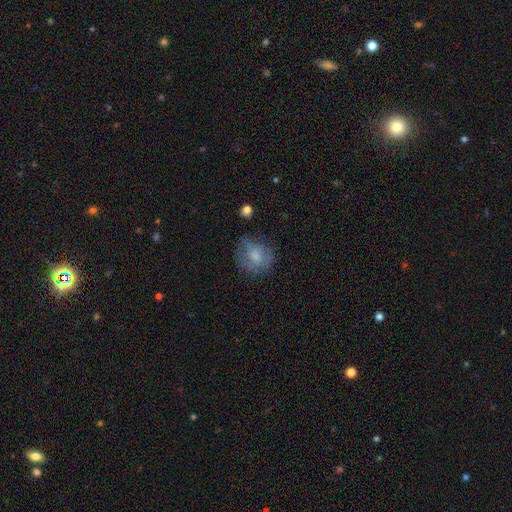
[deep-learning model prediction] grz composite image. It shows a smooth galaxy with no disk features (62%) that is round (74%). Merging: none (60%).